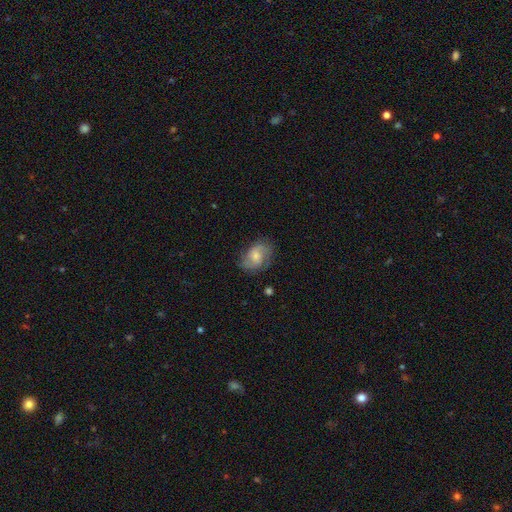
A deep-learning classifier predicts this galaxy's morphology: smooth-or-featured: featured or disk: 49% | smooth: 43% | star or artifact: 8%
  merging: none: 67% | minor disturbance: 22% | major disturbance: 9% | merger: 1%